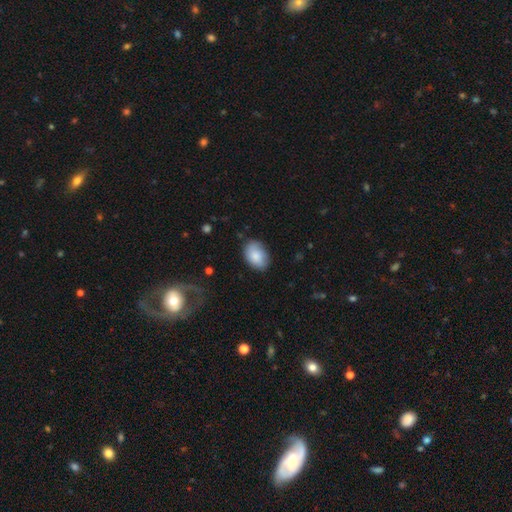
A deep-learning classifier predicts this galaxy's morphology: This is clearly a smooth galaxy (83%). How rounded: clearly in between (84%). Merging: likely none (75%).